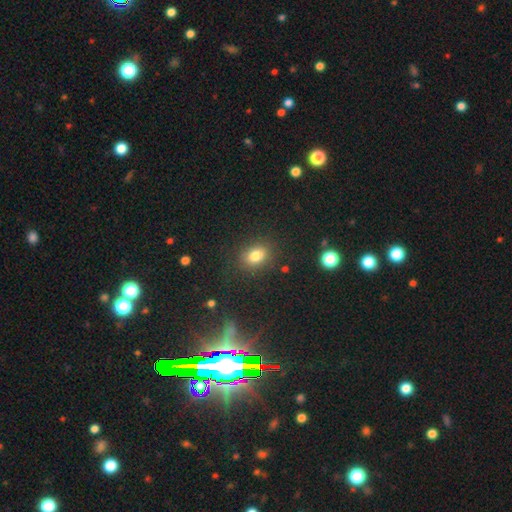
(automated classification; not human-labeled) smooth 80%, star or artifact 13%, featured or disk 8%. Down the decision tree: how rounded — in between (61%); merging — none (84%).